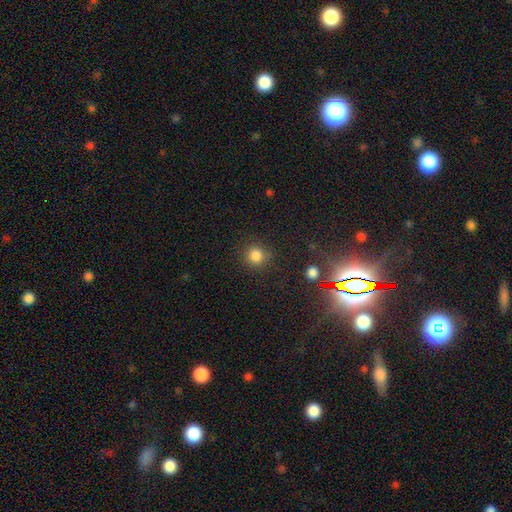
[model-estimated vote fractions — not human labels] smooth_or_featured: smooth (p=0.83) [alt: star or artifact p=0.13]
how_rounded: round (p=0.91) [alt: in between p=0.08]
merging: none (p=0.84) [alt: minor disturbance p=0.09]